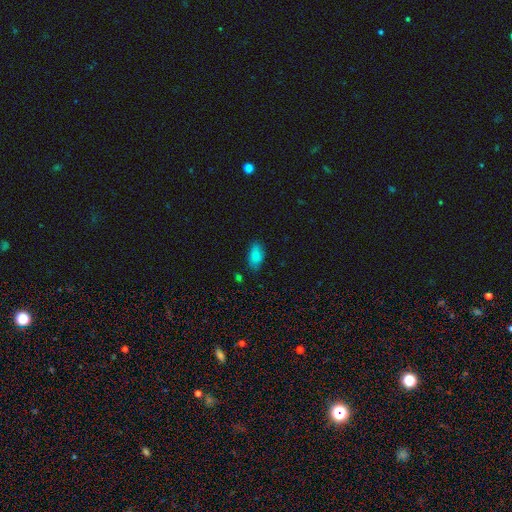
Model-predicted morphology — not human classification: A smooth galaxy with no disk features (85%) that is in between round and cigar-shaped (92%). Merging: none (80%).